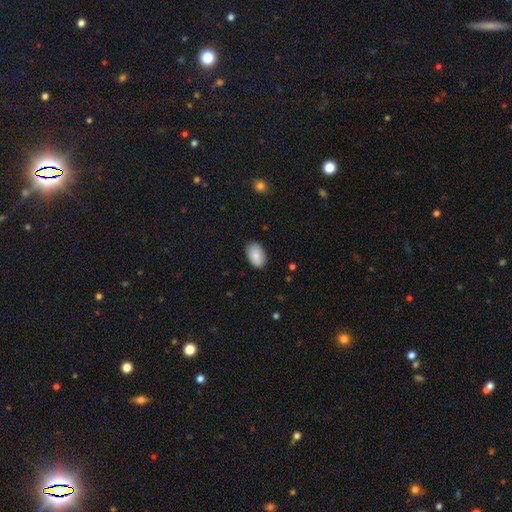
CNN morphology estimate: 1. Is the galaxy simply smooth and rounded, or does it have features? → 88% smooth, 7% star or artifact, 5% featured or disk.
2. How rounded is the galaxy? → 92% in between, 7% round, 1% cigar-shaped.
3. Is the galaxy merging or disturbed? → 85% none, 11% minor disturbance, 2% major disturbance, 1% merger.